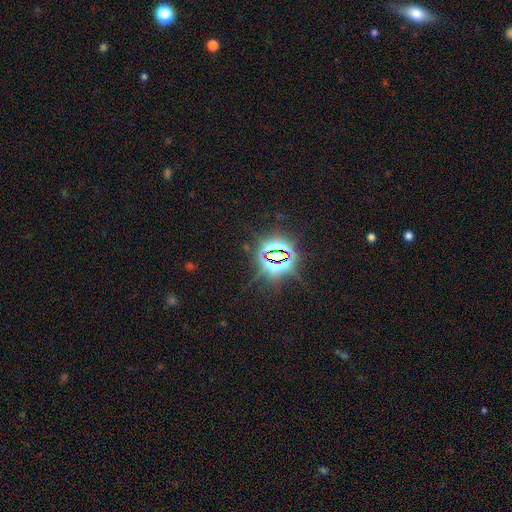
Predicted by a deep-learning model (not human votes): Smooth or featured?
  - star or artifact: 81% *
  - smooth: 13%
  - featured or disk: 6%